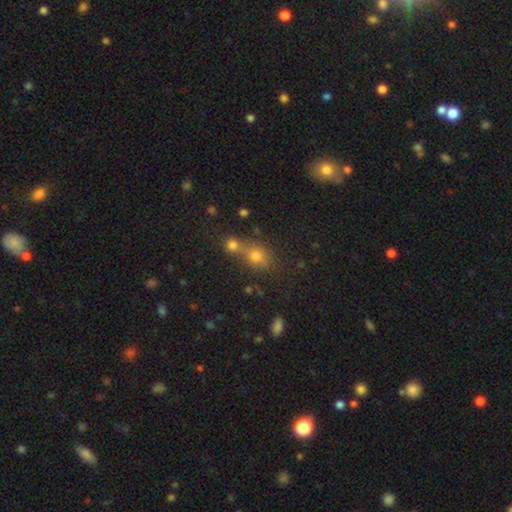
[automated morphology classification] smooth_or_featured: smooth (p=0.69) [alt: star or artifact p=0.20]
how_rounded: round (p=0.69) [alt: in between p=0.29]
merging: none (p=0.45) [alt: merger p=0.42]